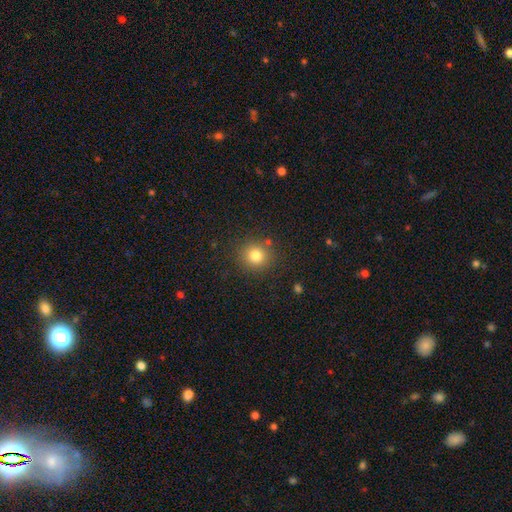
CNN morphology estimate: This appears to be a smooth galaxy with no disk features (80%) that is round (90%). Merging: none (86%).